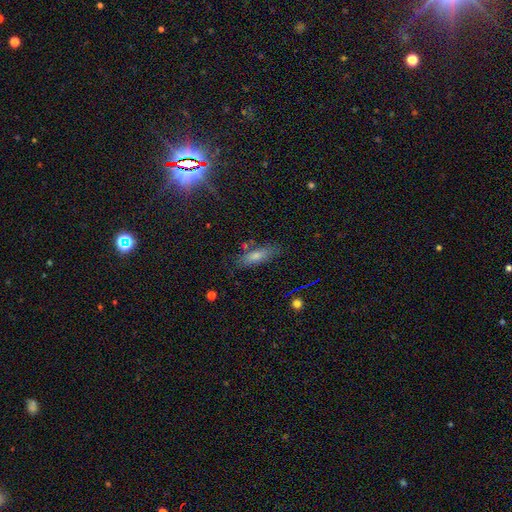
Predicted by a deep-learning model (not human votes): Overall: smooth (51%; star or artifact 25%). How rounded: in between (49%; cigar-shaped 46%). Merging: none (79%).